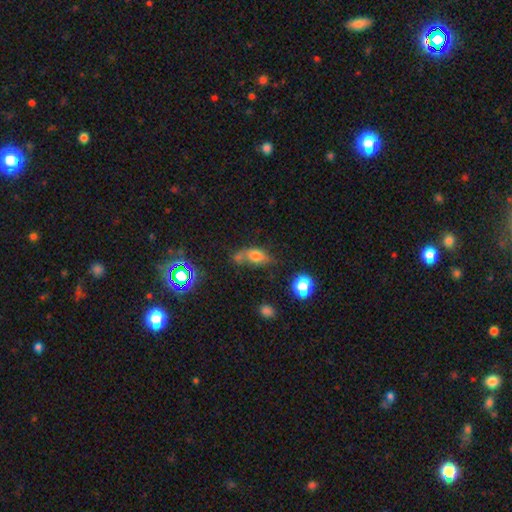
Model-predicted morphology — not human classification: A smooth galaxy with no disk features (66%) that is in between round and cigar-shaped (72%).

Vote fractions:
- Smooth or featured? smooth: 66% / featured or disk: 19% / star or artifact: 15%
- How rounded? in between: 72% / round: 18% / cigar-shaped: 11%
- Merging? none: 38% / merger: 26% / minor disturbance: 22% / major disturbance: 14%